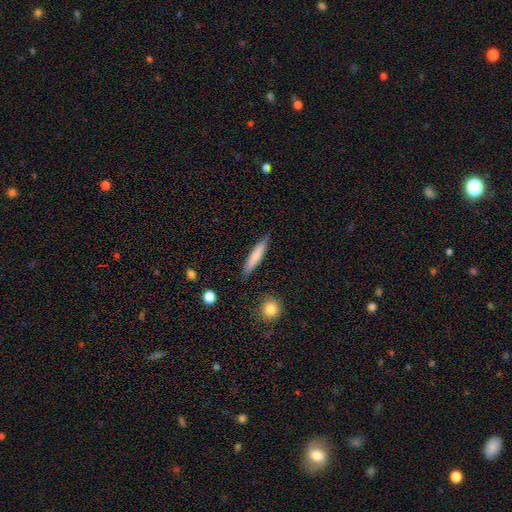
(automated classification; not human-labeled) The model was most divided on "smooth or featured": smooth: 76%, featured or disk: 18%, star or artifact: 6%. More confident: how rounded — cigar-shaped (90%); merging — none (86%).